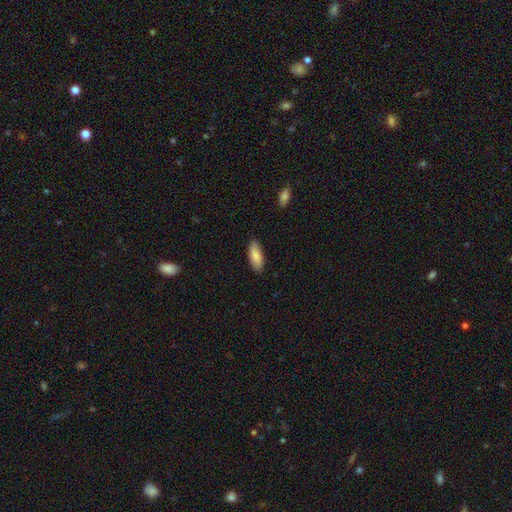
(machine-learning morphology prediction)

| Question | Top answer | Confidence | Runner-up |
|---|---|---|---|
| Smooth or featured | smooth | 85% | featured or disk (9%) |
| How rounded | in between | 76% | cigar-shaped (22%) |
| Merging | none | 87% | minor disturbance (10%) |